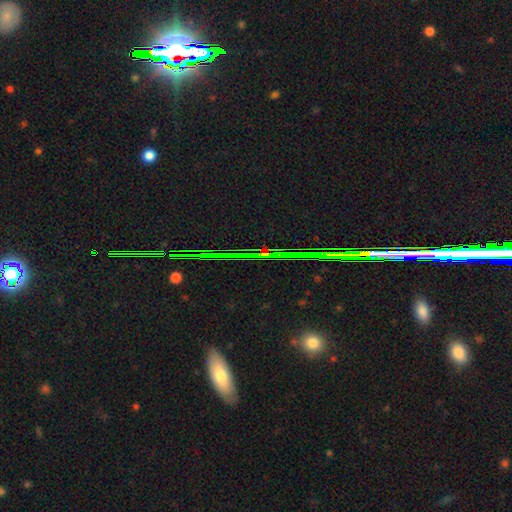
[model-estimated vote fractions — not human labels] Smooth or featured: star or artifact — 72% (featured or disk — 14%)